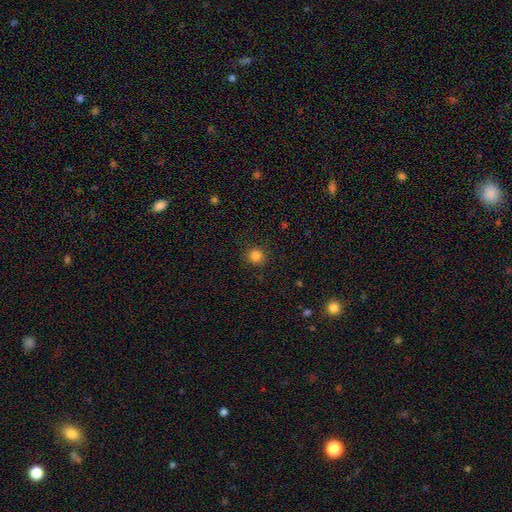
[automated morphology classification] A smooth galaxy with no disk features (84%) that is round (92%).

Vote fractions:
- Smooth or featured? smooth: 84% / star or artifact: 12% / featured or disk: 4%
- How rounded? round: 92% / in between: 7% / cigar-shaped: 1%
- Merging? none: 90% / minor disturbance: 7% / major disturbance: 2% / merger: 1%